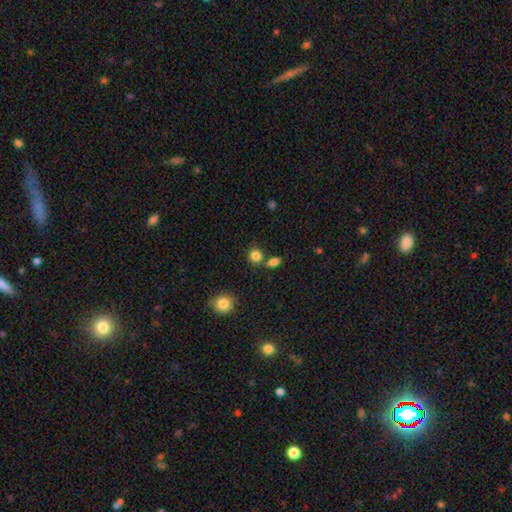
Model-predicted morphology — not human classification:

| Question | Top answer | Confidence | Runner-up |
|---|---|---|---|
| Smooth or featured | smooth | 84% | star or artifact (11%) |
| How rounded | round | 77% | in between (22%) |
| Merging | none | 64% | merger (23%) |